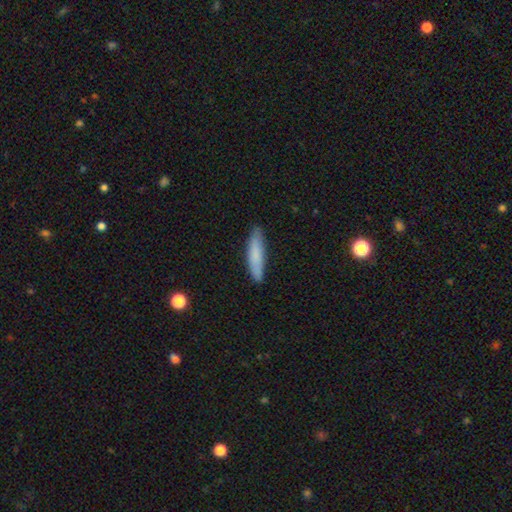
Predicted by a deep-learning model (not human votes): The model was most divided on "smooth or featured": smooth: 78%, featured or disk: 15%, star or artifact: 6%. More confident: merging — none (84%); how rounded — cigar-shaped (82%).